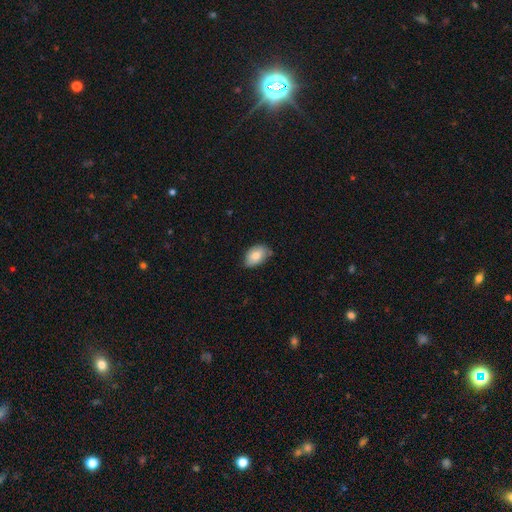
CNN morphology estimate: Smooth or featured? Predicted: smooth (p=0.80). How rounded? Predicted: in between (p=0.89). Merging? Predicted: none (p=0.67).